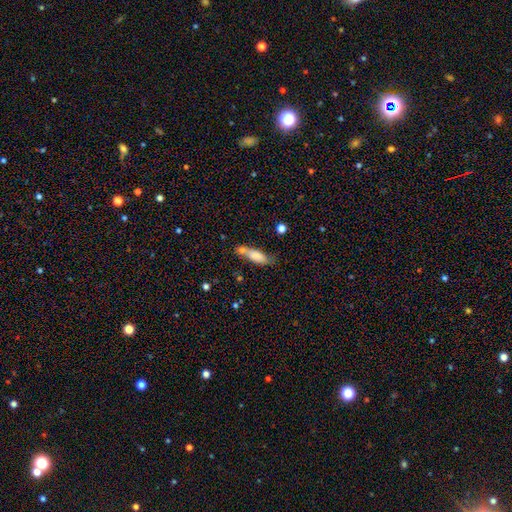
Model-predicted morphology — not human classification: This is likely a smooth galaxy (77%). How rounded: possibly in between (50%). Merging: marginally none (44%).